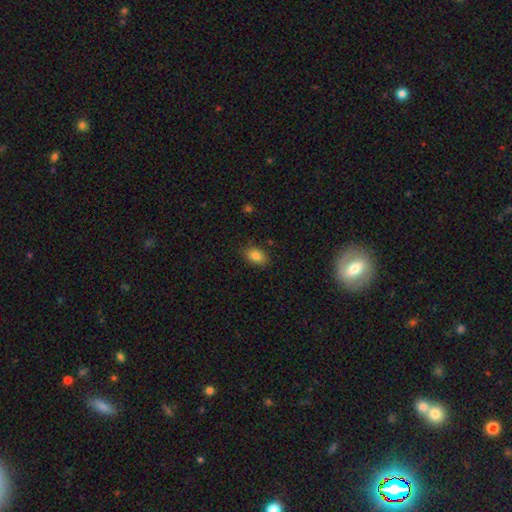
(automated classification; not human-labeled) smooth-or-featured: smooth: 85% | star or artifact: 9% | featured or disk: 6%
  how-rounded: in between: 86% | round: 13% | cigar-shaped: 2%
  merging: none: 85% | minor disturbance: 11% | major disturbance: 3% | merger: 1%